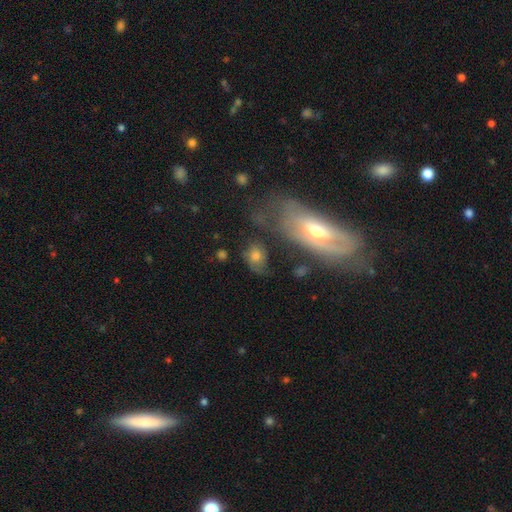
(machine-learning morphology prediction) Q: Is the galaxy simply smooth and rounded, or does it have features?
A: smooth — 59%.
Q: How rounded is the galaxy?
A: in between — 61%.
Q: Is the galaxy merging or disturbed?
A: none — 51%.